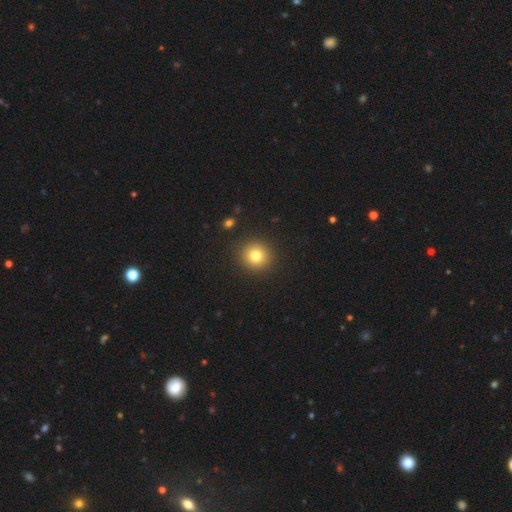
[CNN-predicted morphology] This appears to be a smooth galaxy with no disk features (78%) that is round (93%). Merging: none (91%).